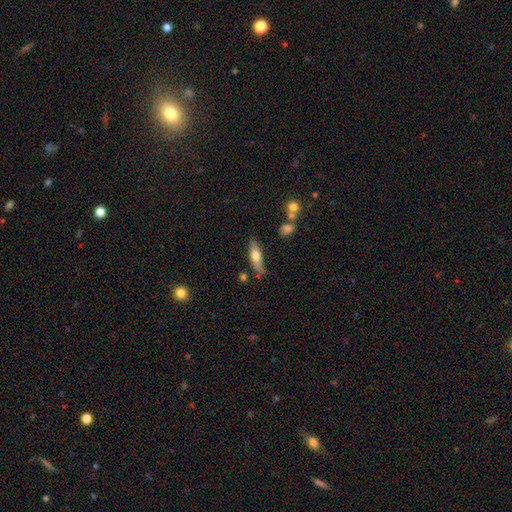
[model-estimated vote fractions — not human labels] smooth 59%, featured or disk 34%, star or artifact 6%. Down the decision tree: how rounded — cigar-shaped (60%); merging — none (72%).